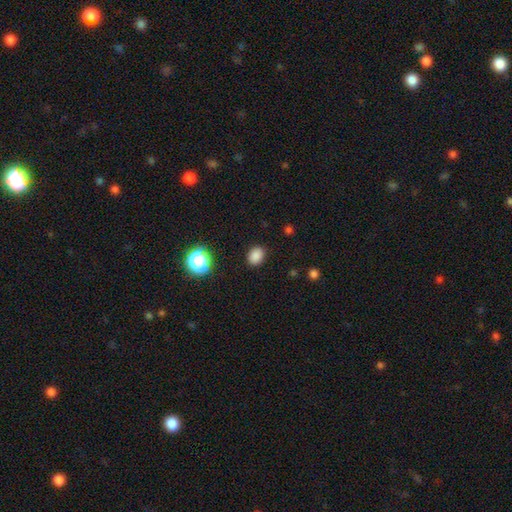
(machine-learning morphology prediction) A smooth galaxy with no disk features (84%) that is in between round and cigar-shaped (53%).

Vote fractions:
- Smooth or featured? smooth: 84% / star or artifact: 13% / featured or disk: 3%
- How rounded? in between: 53% / round: 46% / cigar-shaped: 1%
- Merging? none: 88% / minor disturbance: 8% / major disturbance: 3% / merger: 1%